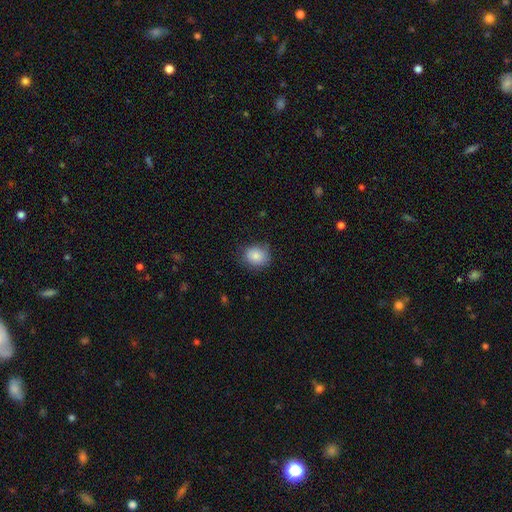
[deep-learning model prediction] smooth 86%, star or artifact 8%, featured or disk 6%. Down the decision tree: how rounded — round (62%); merging — none (76%).